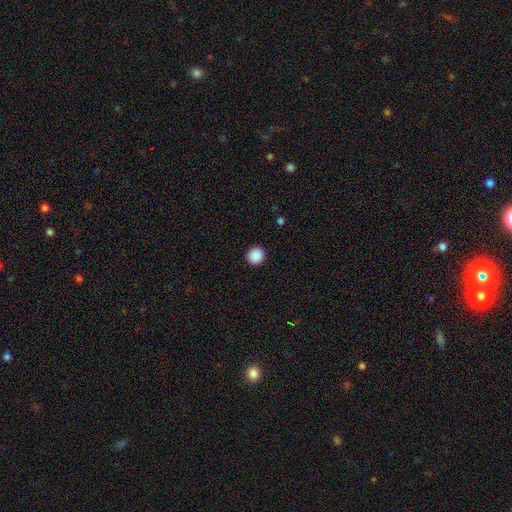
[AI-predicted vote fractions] smooth_or_featured: smooth (p=0.89) [alt: star or artifact p=0.09]
how_rounded: round (p=0.93) [alt: in between p=0.06]
merging: none (p=0.93) [alt: minor disturbance p=0.05]